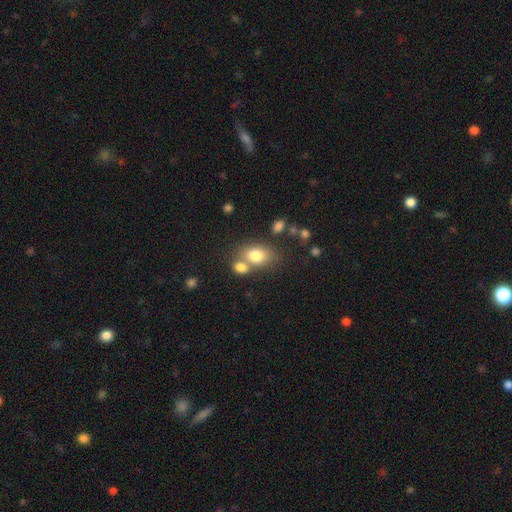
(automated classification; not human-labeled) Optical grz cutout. It shows a smooth galaxy with no disk features (78%) that is in between round and cigar-shaped (73%). Merging: none (45%).